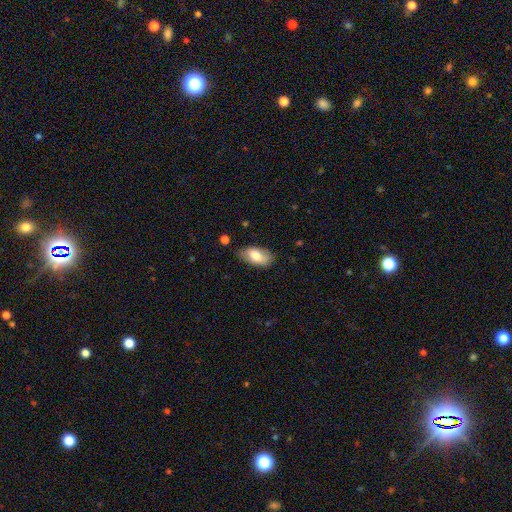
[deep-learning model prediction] Smooth or featured: smooth — 74% (featured or disk — 20%)
How rounded: in between — 93% (cigar-shaped — 4%)
Merging: none — 74% (minor disturbance — 20%)